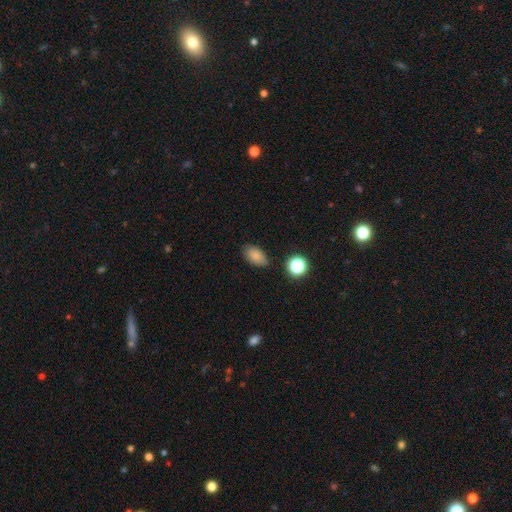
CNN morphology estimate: smooth_or_featured: smooth (p=0.81) [alt: star or artifact p=0.11]
how_rounded: in between (p=0.89) [alt: round p=0.09]
merging: none (p=0.79) [alt: minor disturbance p=0.15]